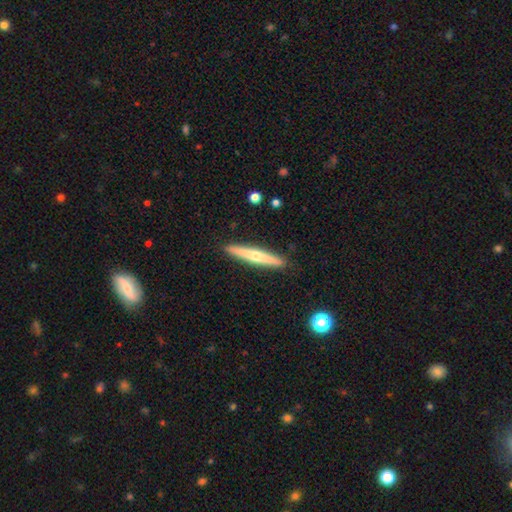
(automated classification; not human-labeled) smooth-or-featured: featured or disk: 56% | smooth: 38% | star or artifact: 5%
  disk-edge-on: yes: 96% | no: 4%
    edge-on-bulge: rounded: 82% | none: 15% | boxy: 3%
  merging: none: 91% | minor disturbance: 7% | major disturbance: 1% | merger: 1%